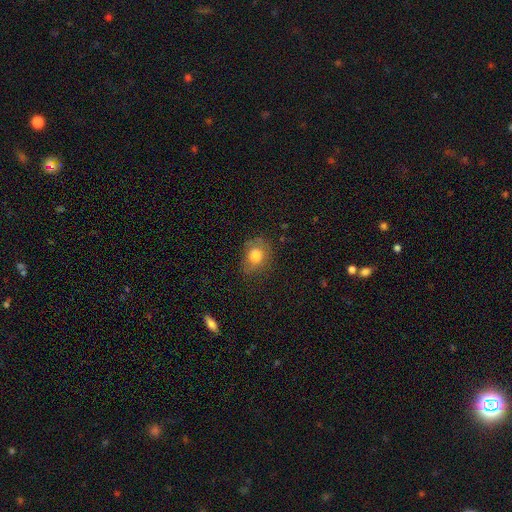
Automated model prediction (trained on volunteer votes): Smooth or featured?
  - smooth: 74% *
  - featured or disk: 16%
  - star or artifact: 10%
How rounded?
  - round: 50% *
  - in between: 49%
  - cigar-shaped: 1%
Merging?
  - none: 65% *
  - minor disturbance: 23%
  - major disturbance: 10%
  - merger: 2%